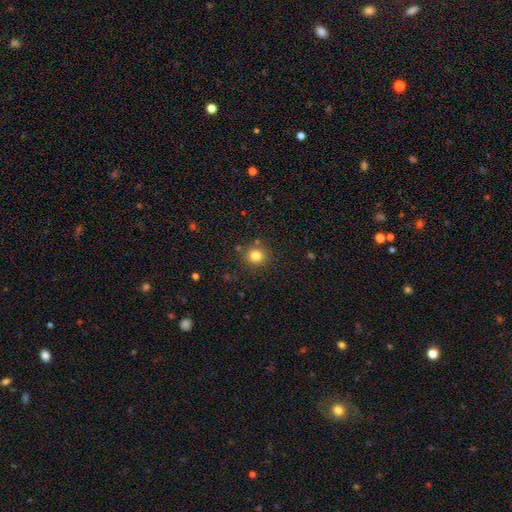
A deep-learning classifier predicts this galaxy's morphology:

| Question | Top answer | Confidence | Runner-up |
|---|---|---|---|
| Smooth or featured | smooth | 82% | star or artifact (12%) |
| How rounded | round | 87% | in between (12%) |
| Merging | none | 84% | minor disturbance (9%) |